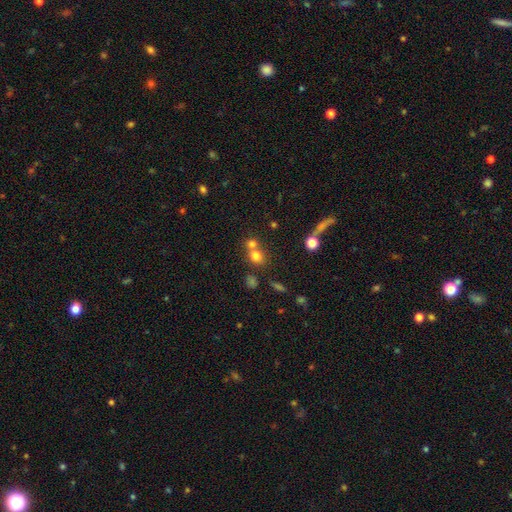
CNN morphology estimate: Overall: smooth (73%). How rounded: round (79%). Merging: merger (46%; none 44%).